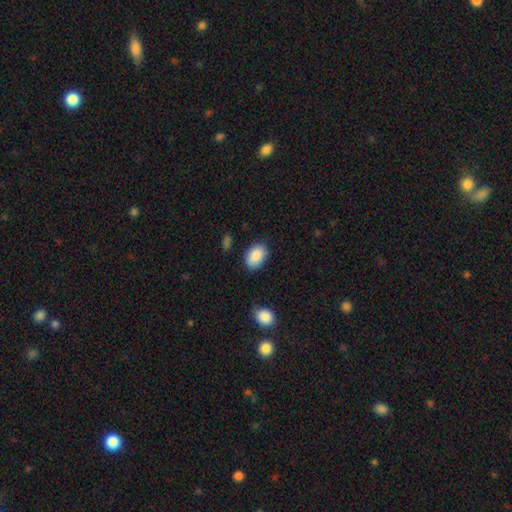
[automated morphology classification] Smooth or featured: smooth — 89% (star or artifact — 7%)
How rounded: in between — 88% (round — 11%)
Merging: none — 81% (minor disturbance — 14%)